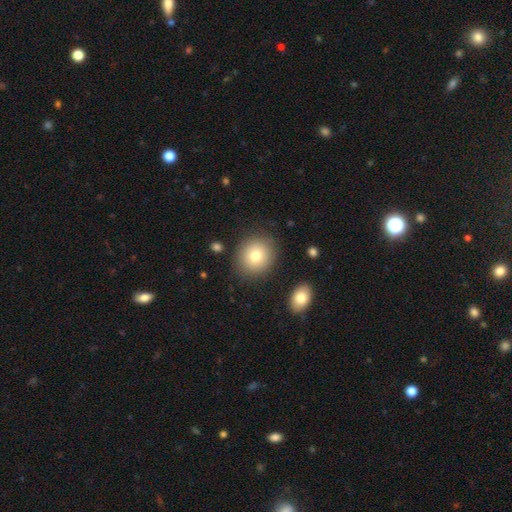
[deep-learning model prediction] Overall: smooth (77%). How rounded: round (77%). Merging: none (85%).